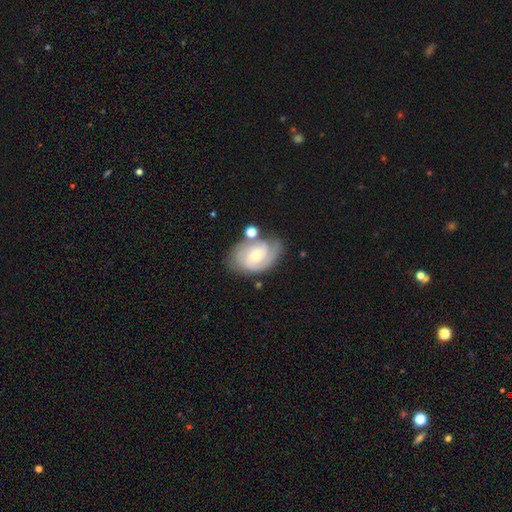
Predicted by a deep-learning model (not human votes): The model was most divided on "bulge size": small: 52%, moderate: 44%, large: 2%, none: 1%, dominant: 1%. Remaining: edge-on disk — no (96%); spiral arms — yes (91%); smooth or featured — featured or disk (74%); bar — no (61%); merging — none (61%); spiral winding — tight (57%); spiral arm count — 2 (47%).